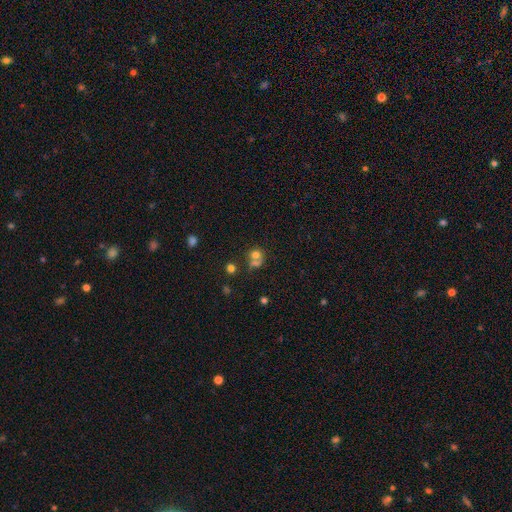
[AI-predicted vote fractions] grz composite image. It shows a smooth galaxy with no disk features (66%) that is round (76%). Merging: merger (45%).